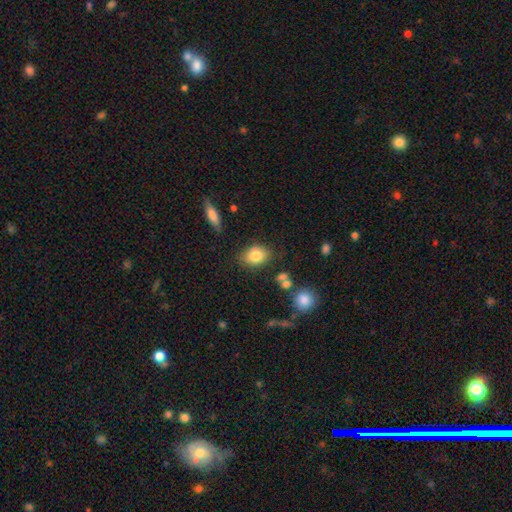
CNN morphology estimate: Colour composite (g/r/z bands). It shows a smooth galaxy with no disk features (82%) that is in between round and cigar-shaped (71%). Merging: none (80%).